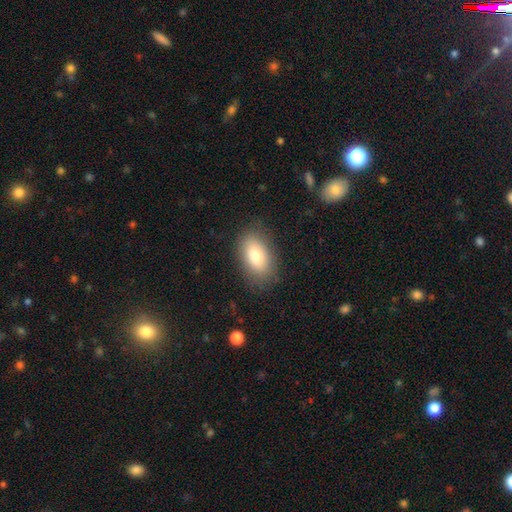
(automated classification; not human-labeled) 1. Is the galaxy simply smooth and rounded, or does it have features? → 80% smooth, 12% featured or disk, 8% star or artifact.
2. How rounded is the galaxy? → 90% in between, 8% round, 2% cigar-shaped.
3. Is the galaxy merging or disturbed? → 84% none, 11% minor disturbance, 4% major disturbance, 1% merger.